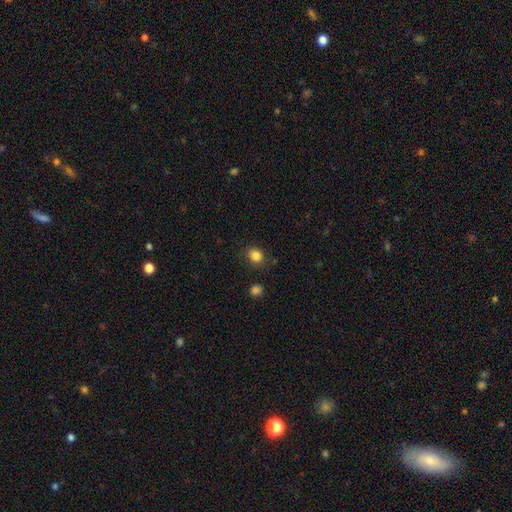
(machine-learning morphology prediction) Smooth or featured: smooth — 85% (star or artifact — 11%)
How rounded: round — 61% (in between — 38%)
Merging: none — 84% (minor disturbance — 10%)